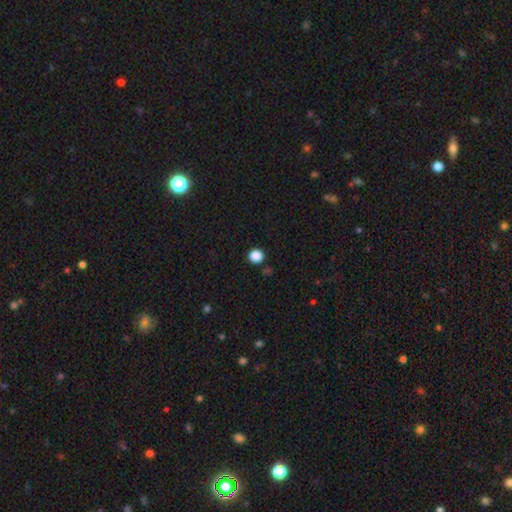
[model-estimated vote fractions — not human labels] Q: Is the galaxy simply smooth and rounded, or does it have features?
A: smooth — 87%.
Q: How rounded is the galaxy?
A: round — 88%.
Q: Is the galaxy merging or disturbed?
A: none — 91%.